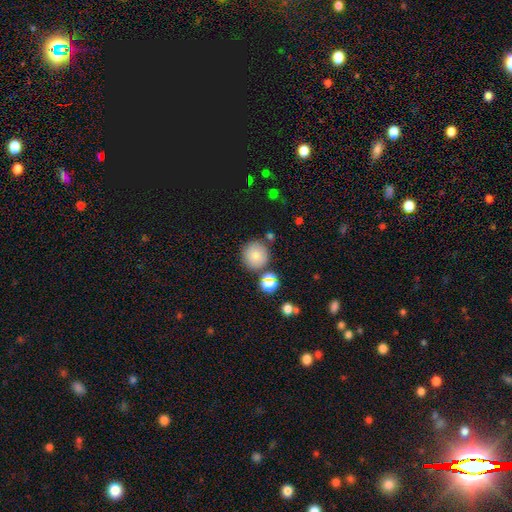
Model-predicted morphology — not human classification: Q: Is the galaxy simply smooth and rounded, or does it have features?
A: smooth — 83%.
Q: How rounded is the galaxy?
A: round — 93%.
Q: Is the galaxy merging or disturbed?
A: none — 79%.